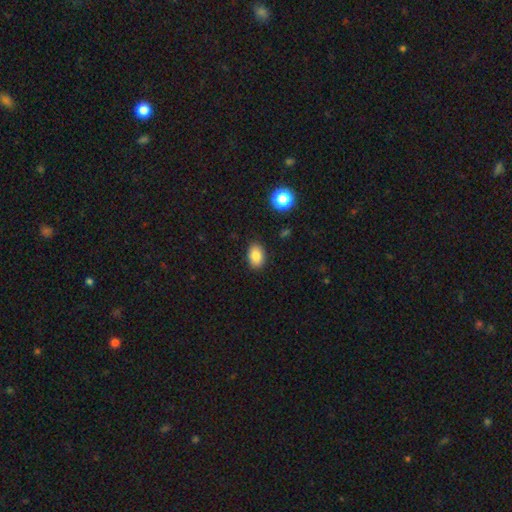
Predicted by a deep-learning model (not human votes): Morphology: type=smooth (85%); roundness=in between (85%); merging=none (87%).